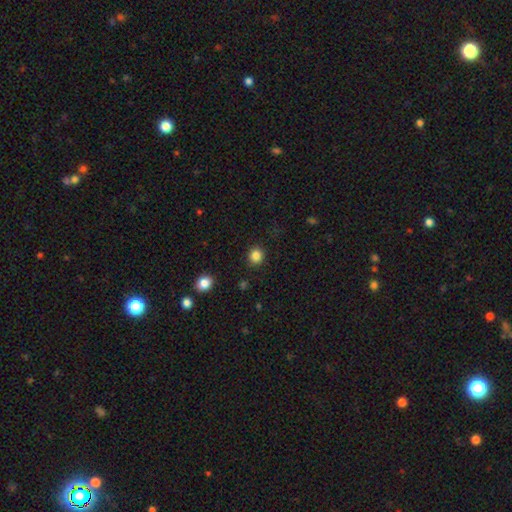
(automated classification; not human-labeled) A smooth galaxy with no disk features (85%) that is round (86%).

Vote fractions:
- Smooth or featured? smooth: 85% / star or artifact: 11% / featured or disk: 4%
- How rounded? round: 86% / in between: 13% / cigar-shaped: 1%
- Merging? none: 91% / minor disturbance: 6% / major disturbance: 2% / merger: 1%